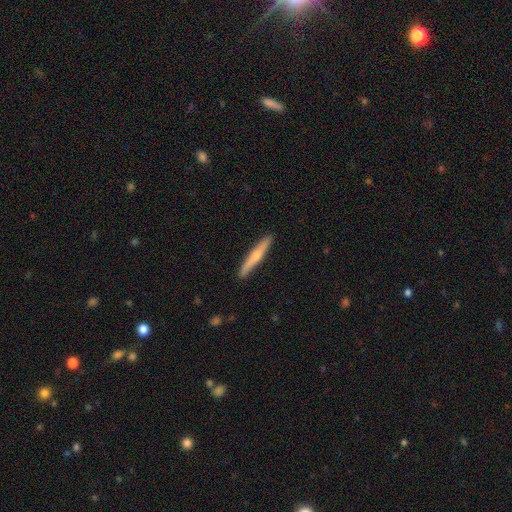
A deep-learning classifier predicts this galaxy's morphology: The model was most divided on "smooth or featured": smooth: 48%, featured or disk: 47%, star or artifact: 5%. More confident: merging — none (91%).